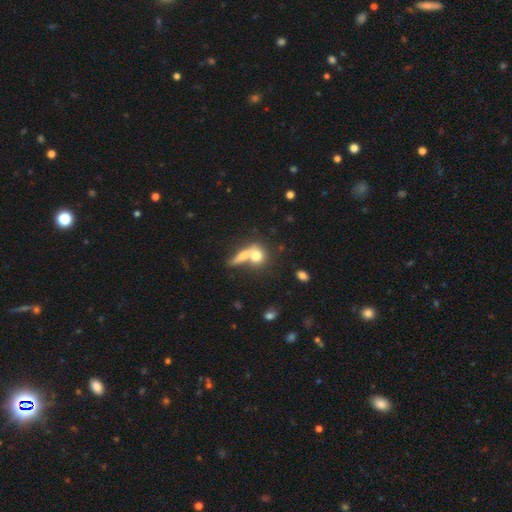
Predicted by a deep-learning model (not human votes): Overall: smooth (69%). How rounded: round (63%; in between 29%). Merging: merger (59%; none 28%).